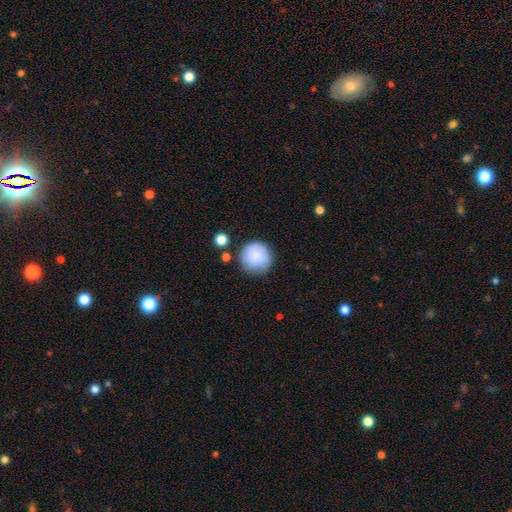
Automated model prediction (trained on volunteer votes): A smooth galaxy with no disk features (81%) that is round (94%).

Vote fractions:
- Smooth or featured? smooth: 81% / featured or disk: 12% / star or artifact: 7%
- How rounded? round: 94% / in between: 5% / cigar-shaped: 1%
- Merging? none: 78% / minor disturbance: 14% / major disturbance: 4% / merger: 4%